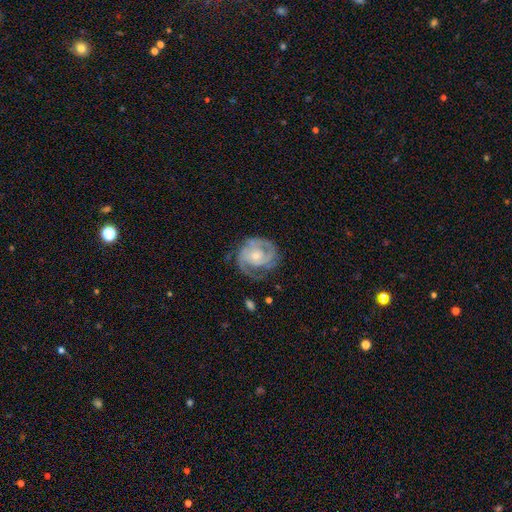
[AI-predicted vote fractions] featured or disk 86%, smooth 9%, star or artifact 5%. Down the decision tree: edge-on disk — no (98%); bar — no (67%); spiral arms — yes (96%); spiral arm count — 2 (52%); spiral winding — tight (53%); bulge size — small (54%); merging — none (68%).